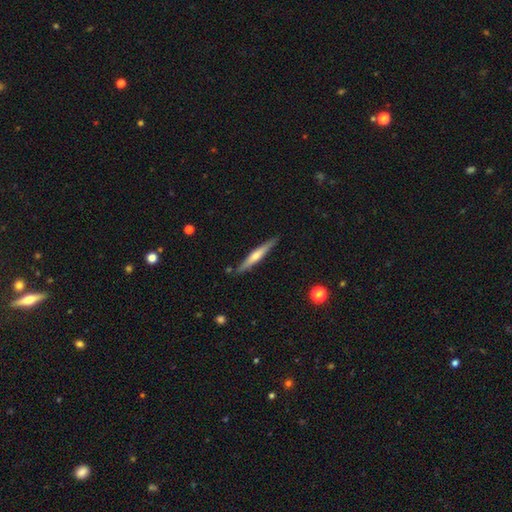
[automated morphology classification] Smooth or featured?
  - featured or disk: 55% *
  - smooth: 39%
  - star or artifact: 6%
Edge-on disk?
  - yes: 96% *
  - no: 4%
Edge-on bulge?
  - rounded: 75% *
  - none: 18%
  - boxy: 6%
Merging?
  - none: 86% *
  - minor disturbance: 10%
  - merger: 2%
  - major disturbance: 2%